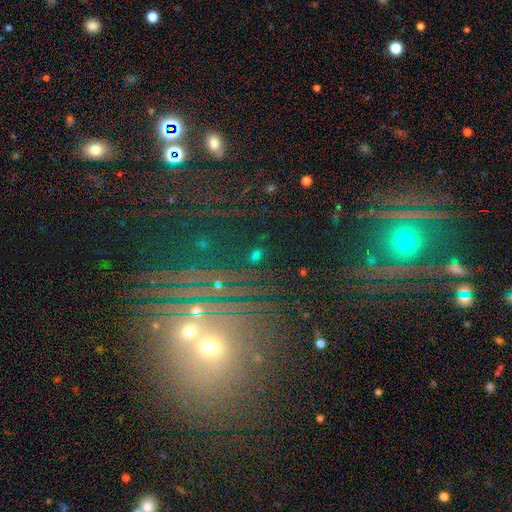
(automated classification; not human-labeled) This appears to be a star or artifact, not a galaxy (56%).